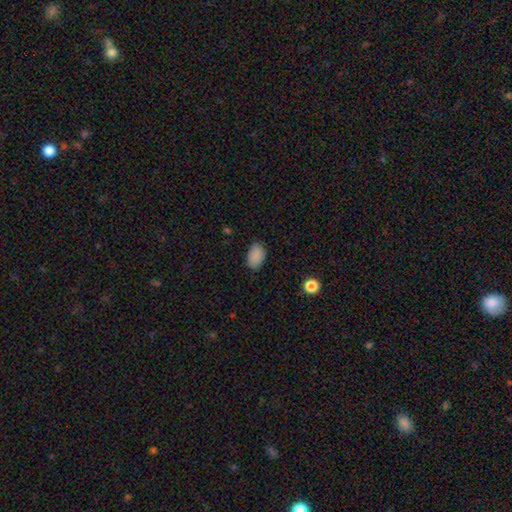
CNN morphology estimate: Q: Smooth or featured?
A: smooth (88%); runner-up: star or artifact (8%)
Q: How rounded?
A: in between (88%); runner-up: round (11%)
Q: Merging?
A: none (84%); runner-up: minor disturbance (12%)